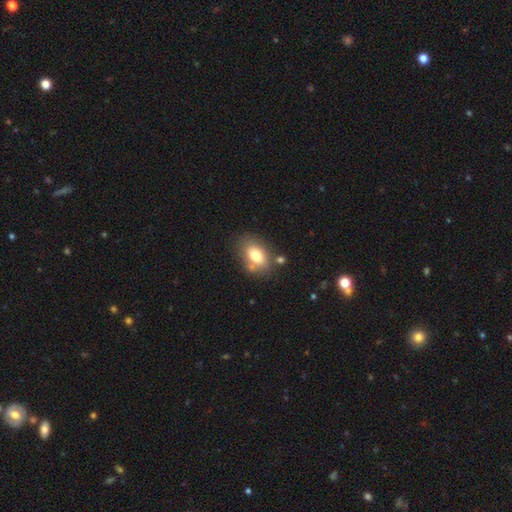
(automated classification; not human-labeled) Overall: smooth (76%). How rounded: in between (84%). Merging: none (69%).